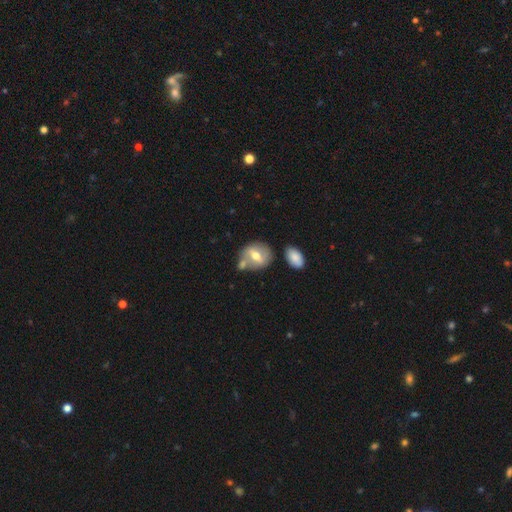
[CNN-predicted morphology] Q: Smooth or featured?
A: smooth (52%); runner-up: featured or disk (40%)
Q: How rounded?
A: round (67%); runner-up: in between (31%)
Q: Merging?
A: none (59%); runner-up: merger (20%)